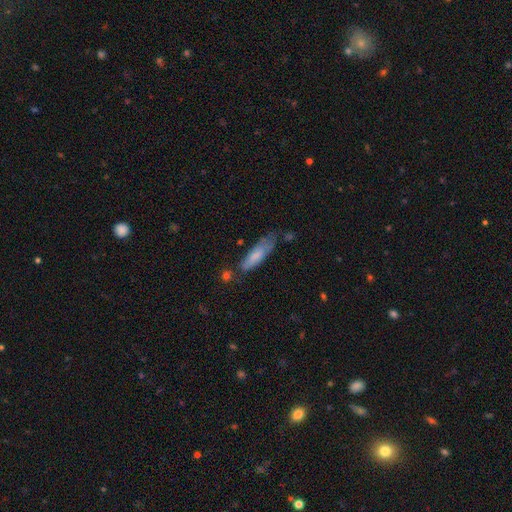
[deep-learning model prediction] A smooth galaxy with no disk features (71%) that is cigar-shaped (64%).

Vote fractions:
- Smooth or featured? smooth: 71% / featured or disk: 22% / star or artifact: 6%
- How rounded? cigar-shaped: 64% / in between: 35% / round: 1%
- Merging? none: 52% / minor disturbance: 31% / major disturbance: 10% / merger: 7%